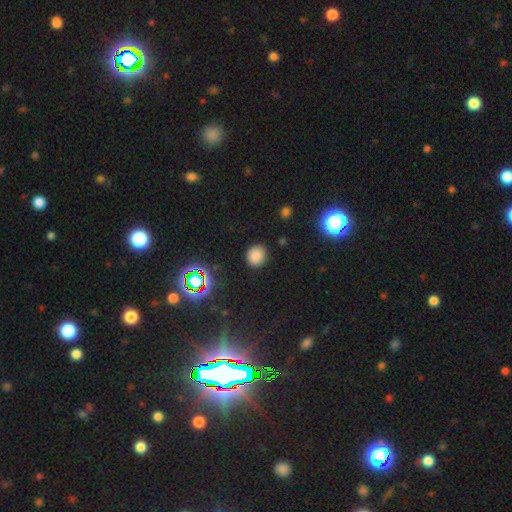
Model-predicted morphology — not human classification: Overall: smooth (79%). How rounded: round (84%). Merging: none (87%).